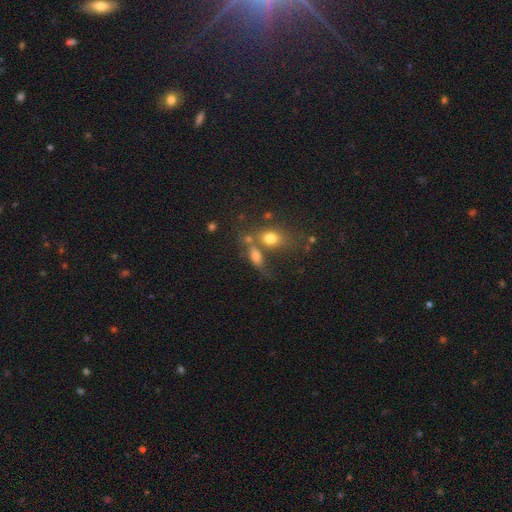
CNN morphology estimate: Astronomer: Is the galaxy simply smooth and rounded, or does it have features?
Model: smooth — 70%.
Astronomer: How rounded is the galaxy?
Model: in between — 72%.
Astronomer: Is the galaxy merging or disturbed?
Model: none — 40% (runner-up: merger, 34%).